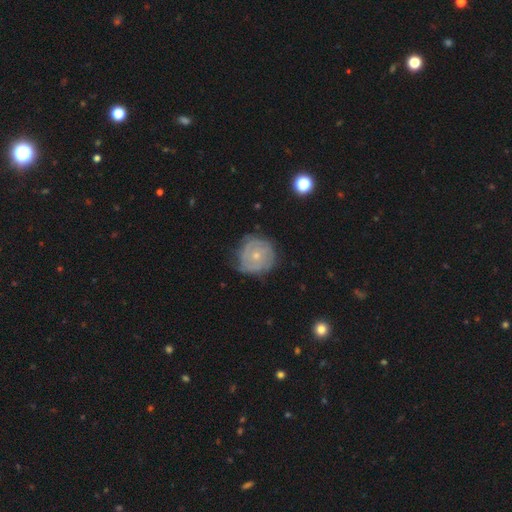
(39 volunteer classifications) This appears to be a featured or disk galaxy (79%) with no bar (74%), tight (79%) spiral arms (90%) and a moderate central bulge (48%, tied with small). Merging: none (66%).